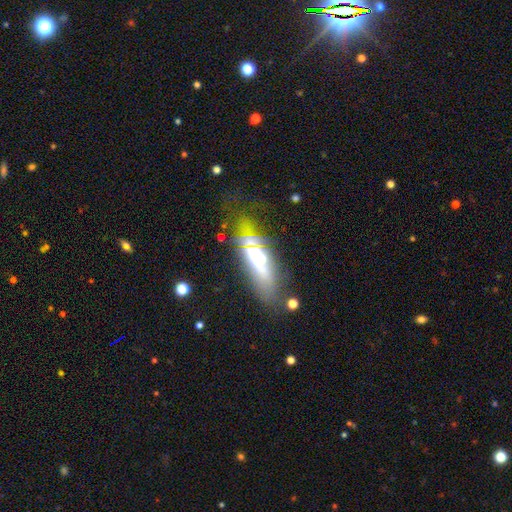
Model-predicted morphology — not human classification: smooth-or-featured: featured or disk: 46% | smooth: 36% | star or artifact: 18%
  merging: none: 51% | major disturbance: 20% | minor disturbance: 20% | merger: 9%